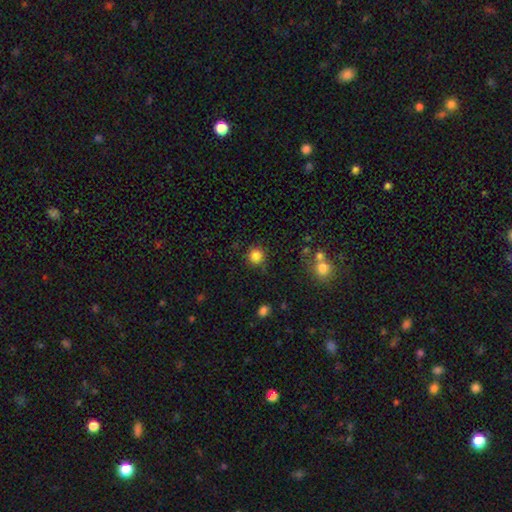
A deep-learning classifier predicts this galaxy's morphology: smooth_or_featured: smooth (p=0.84) [alt: star or artifact p=0.12]
how_rounded: round (p=0.93) [alt: in between p=0.06]
merging: none (p=0.83) [alt: minor disturbance p=0.11]